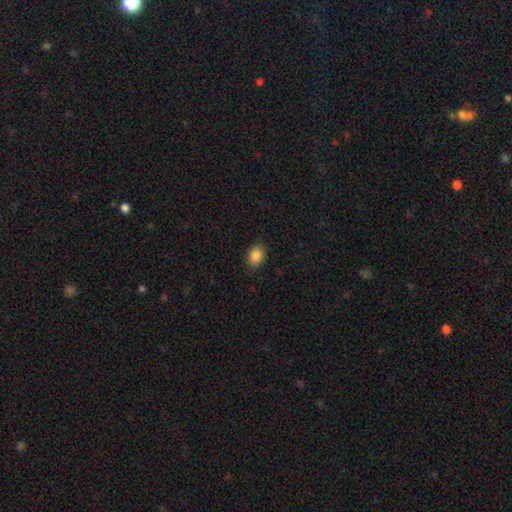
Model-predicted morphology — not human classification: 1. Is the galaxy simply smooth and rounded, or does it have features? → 87% smooth, 9% star or artifact, 4% featured or disk.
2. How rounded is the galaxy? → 71% in between, 28% round, 1% cigar-shaped.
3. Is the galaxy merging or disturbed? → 89% none, 8% minor disturbance, 2% major disturbance, 1% merger.